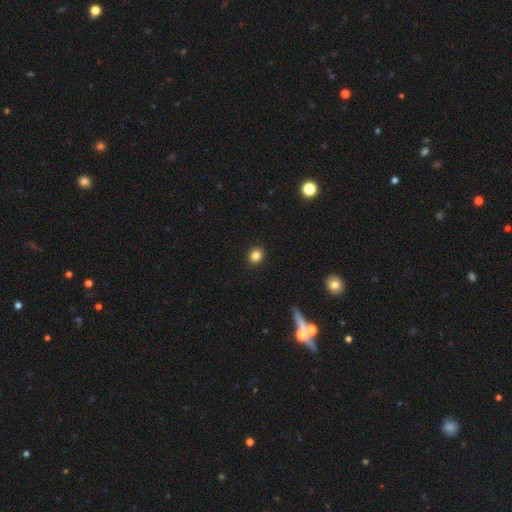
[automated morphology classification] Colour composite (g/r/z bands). It shows a smooth galaxy with no disk features (85%) that is round (75%). Merging: none (92%).